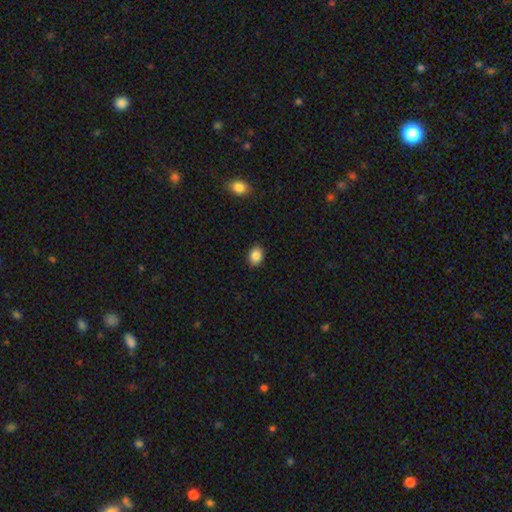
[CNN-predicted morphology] Q: Smooth or featured?
A: smooth (87%); runner-up: star or artifact (8%)
Q: How rounded?
A: in between (62%); runner-up: round (37%)
Q: Merging?
A: none (89%); runner-up: minor disturbance (8%)